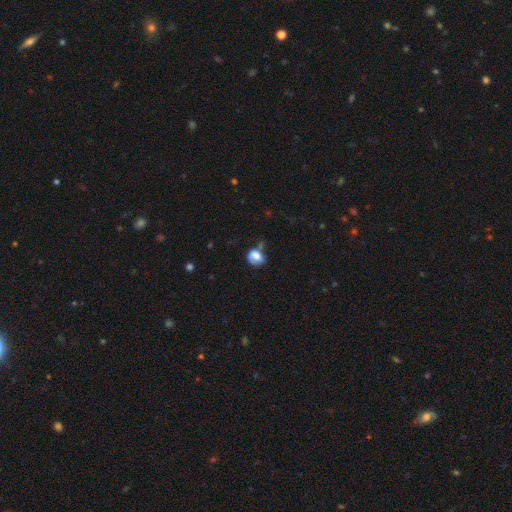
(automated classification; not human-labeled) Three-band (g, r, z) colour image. It shows a smooth galaxy with no disk features (69%) that is in between round and cigar-shaped (51%). Merging: none (36%).